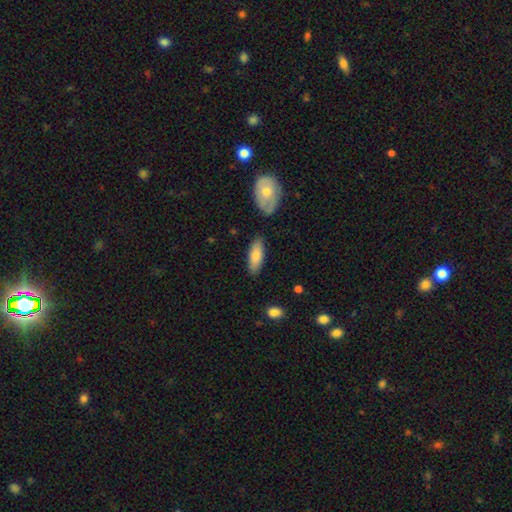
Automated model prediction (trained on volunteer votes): smooth 81%, featured or disk 14%, star or artifact 6%. Down the decision tree: how rounded — in between (69%); merging — none (80%).